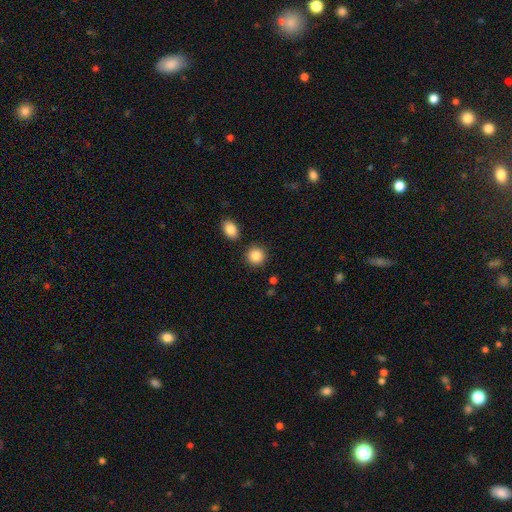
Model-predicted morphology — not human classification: smooth 87%, star or artifact 9%, featured or disk 5%. Down the decision tree: how rounded — round (89%); merging — none (86%).